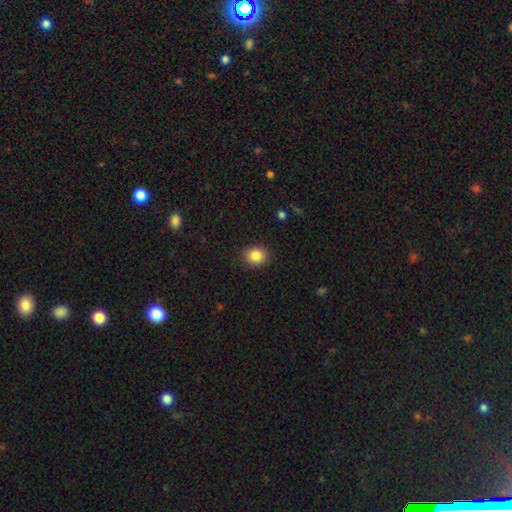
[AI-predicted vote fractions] Q: Smooth or featured?
A: smooth (86%); runner-up: star or artifact (10%)
Q: How rounded?
A: round (71%); runner-up: in between (28%)
Q: Merging?
A: none (88%); runner-up: minor disturbance (8%)